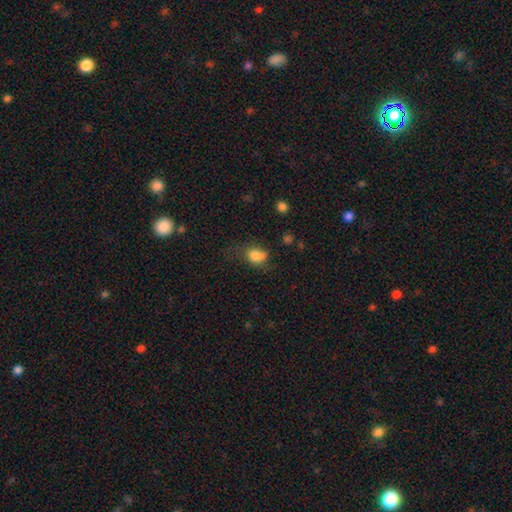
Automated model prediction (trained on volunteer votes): A smooth galaxy with no disk features (78%) that is in between round and cigar-shaped (58%).

Vote fractions:
- Smooth or featured? smooth: 78% / star or artifact: 12% / featured or disk: 10%
- How rounded? in between: 58% / round: 40% / cigar-shaped: 2%
- Merging? none: 38% / minor disturbance: 29% / major disturbance: 18% / merger: 15%